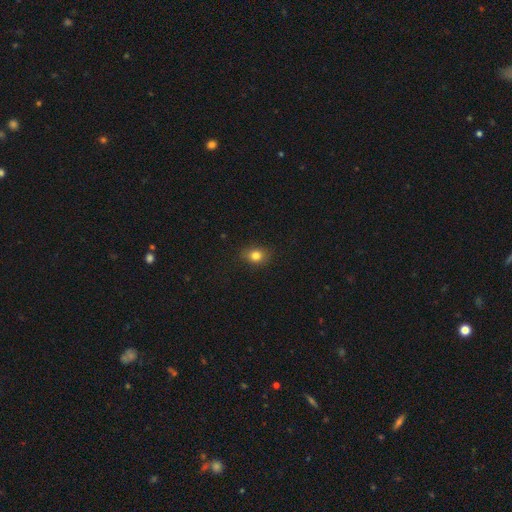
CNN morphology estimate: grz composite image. It shows a smooth galaxy with no disk features (82%) that is in between round and cigar-shaped (50%). Merging: none (84%).